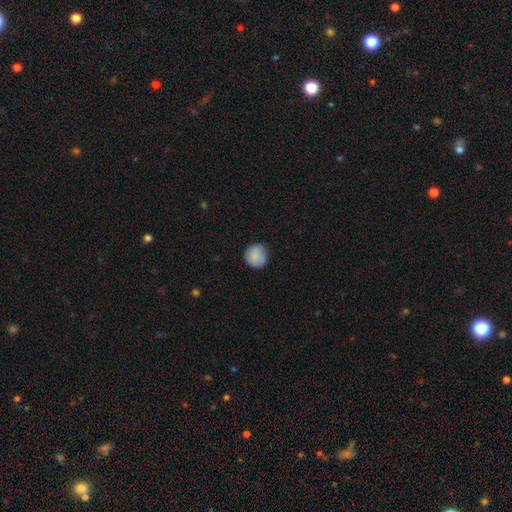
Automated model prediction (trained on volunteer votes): Q: Smooth or featured?
A: smooth (83%); runner-up: featured or disk (10%)
Q: How rounded?
A: round (91%); runner-up: in between (8%)
Q: Merging?
A: none (83%); runner-up: minor disturbance (14%)